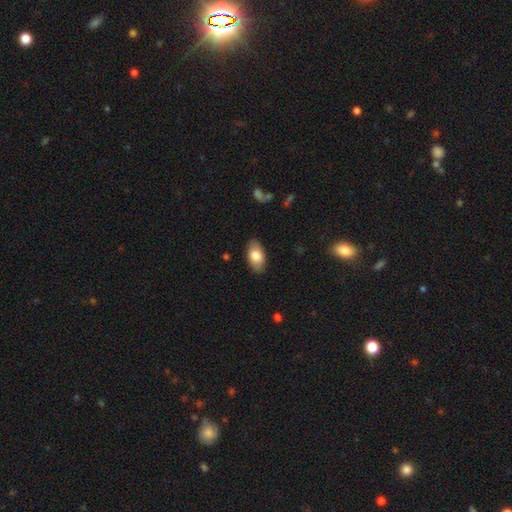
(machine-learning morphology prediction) smooth 79%, featured or disk 16%, star or artifact 6%. Down the decision tree: how rounded — in between (94%); merging — none (86%).